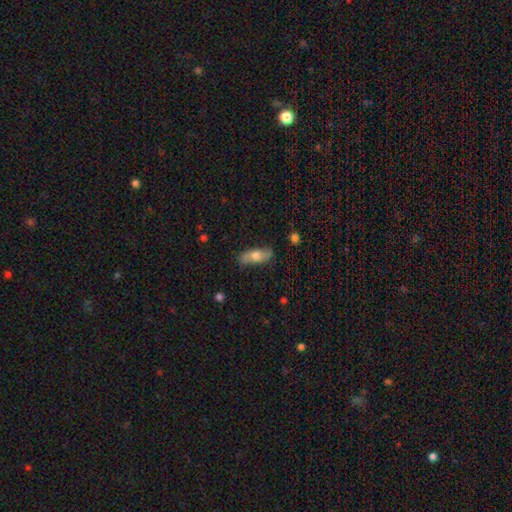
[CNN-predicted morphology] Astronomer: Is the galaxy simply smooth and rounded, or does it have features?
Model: smooth — 64%.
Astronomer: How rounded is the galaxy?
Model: in between — 65%.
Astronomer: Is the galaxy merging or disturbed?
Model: none — 82%.